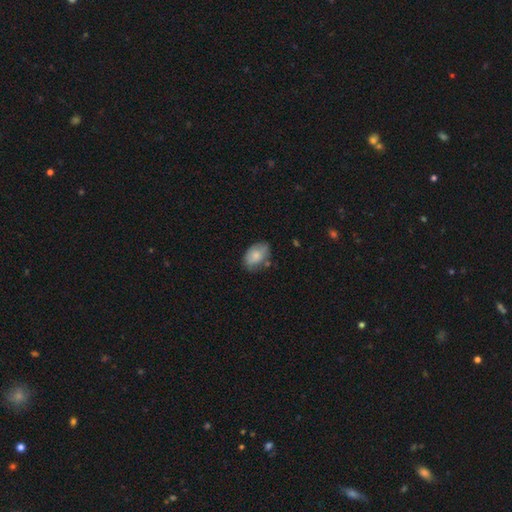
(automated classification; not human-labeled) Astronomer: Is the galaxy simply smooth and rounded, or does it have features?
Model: smooth — 75%.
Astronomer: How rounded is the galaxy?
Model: in between — 87%.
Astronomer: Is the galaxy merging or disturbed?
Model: none — 60%.